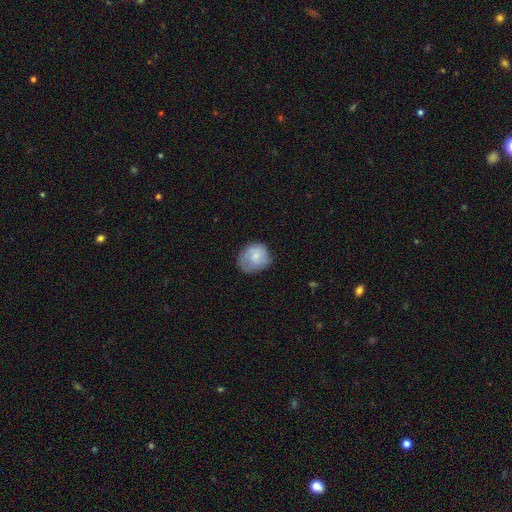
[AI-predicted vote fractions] Smooth or featured? smooth (67%)
How rounded? round (71%)
Merging? none (62%)